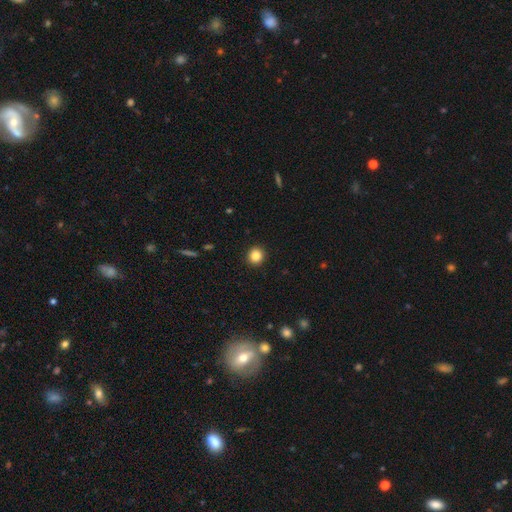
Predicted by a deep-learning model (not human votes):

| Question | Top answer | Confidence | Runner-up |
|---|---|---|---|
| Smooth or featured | smooth | 86% | star or artifact (11%) |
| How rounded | round | 92% | in between (7%) |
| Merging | none | 92% | minor disturbance (5%) |